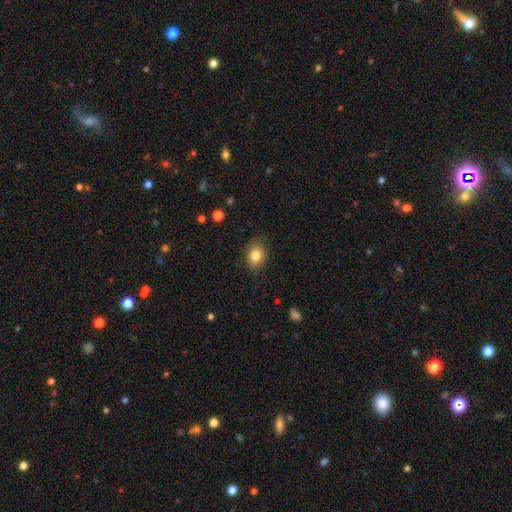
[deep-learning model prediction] A smooth galaxy with no disk features (84%) that is in between round and cigar-shaped (65%). Merging: none (83%).